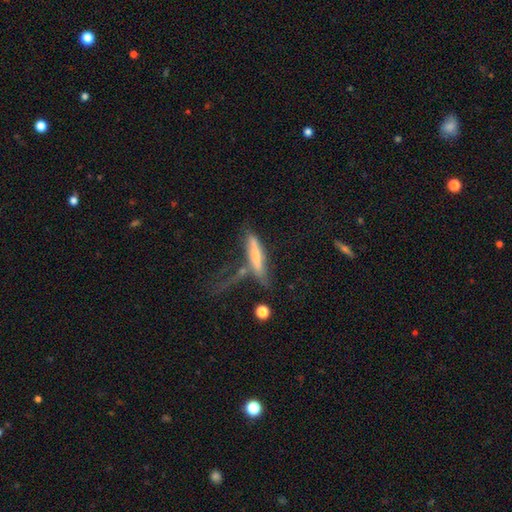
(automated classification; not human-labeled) Q: Smooth or featured?
A: smooth (54%); runner-up: featured or disk (38%)
Q: How rounded?
A: cigar-shaped (82%); runner-up: in between (15%)
Q: Merging?
A: none (39%); runner-up: major disturbance (21%)